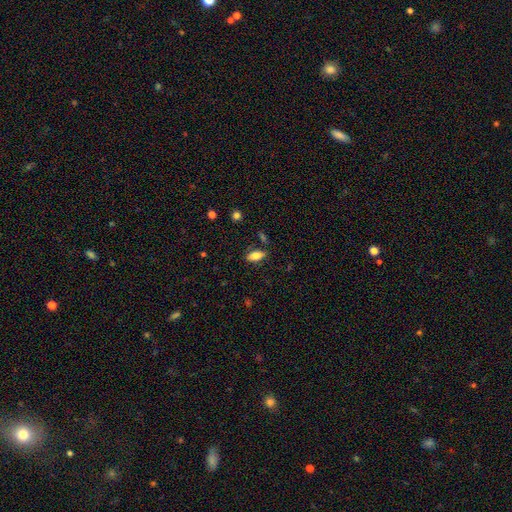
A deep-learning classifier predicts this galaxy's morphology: type=smooth (78%); roundness=in between (85%); merging=none (81%).